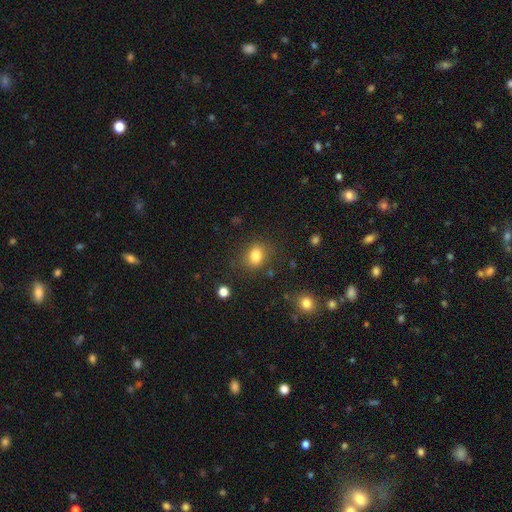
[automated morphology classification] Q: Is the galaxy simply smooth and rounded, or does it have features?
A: smooth — 82%.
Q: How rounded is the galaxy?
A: in between — 53%.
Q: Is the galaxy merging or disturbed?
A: none — 79%.